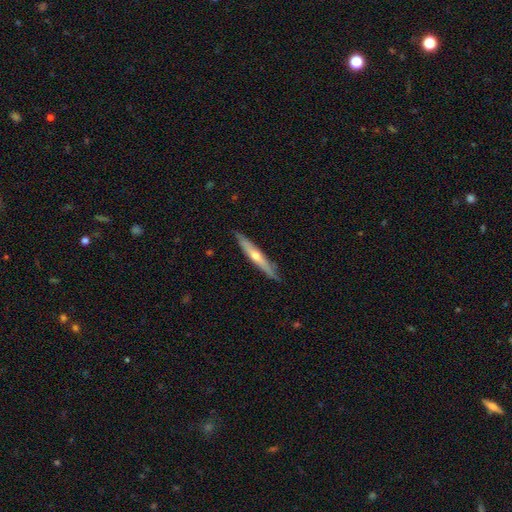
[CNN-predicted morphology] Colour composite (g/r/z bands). It shows a featured or disk galaxy (59%) viewed edge-on (92%) with a rounded central bulge (80%). Merging: none (87%).